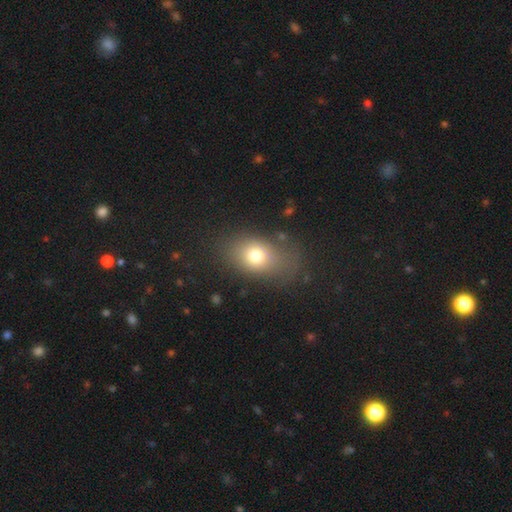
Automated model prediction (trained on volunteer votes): smooth-or-featured: smooth: 75% | featured or disk: 13% | star or artifact: 12%
  how-rounded: in between: 70% | round: 28% | cigar-shaped: 2%
  merging: none: 63% | minor disturbance: 21% | major disturbance: 13% | merger: 3%